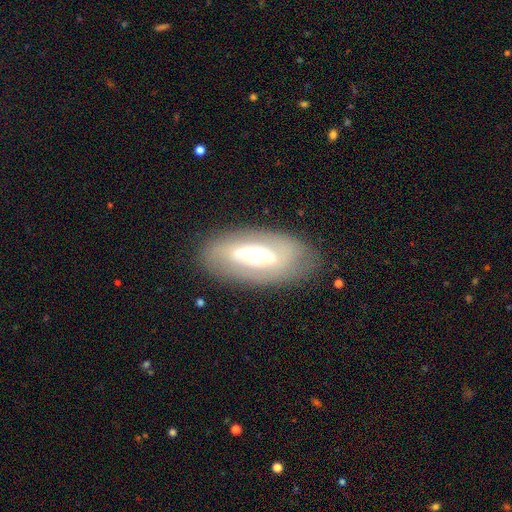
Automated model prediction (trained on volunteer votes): Q: Smooth or featured?
A: featured or disk (65%); runner-up: smooth (28%)
Q: Edge-on disk?
A: no (86%); runner-up: yes (14%)
Q: Bar?
A: no (40%); runner-up: weak (34%)
Q: Spiral arms?
A: yes (51%); runner-up: no (49%)
Q: Bulge size?
A: moderate (64%); runner-up: small (20%)
Q: Merging?
A: none (82%); runner-up: minor disturbance (12%)